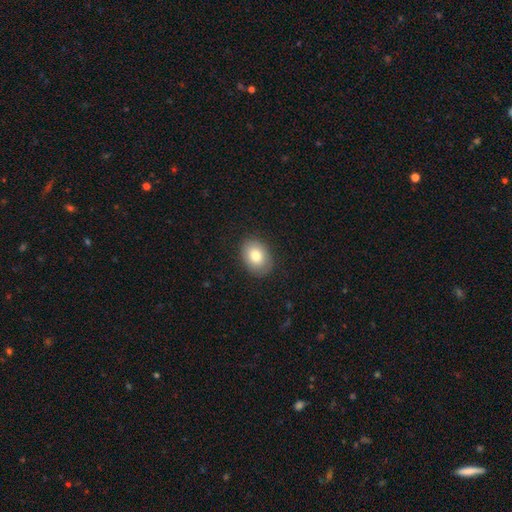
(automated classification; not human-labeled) smooth-or-featured: smooth: 79% | featured or disk: 13% | star or artifact: 8%
  how-rounded: in between: 73% | round: 26% | cigar-shaped: 1%
  merging: none: 87% | minor disturbance: 10% | major disturbance: 3% | merger: 1%